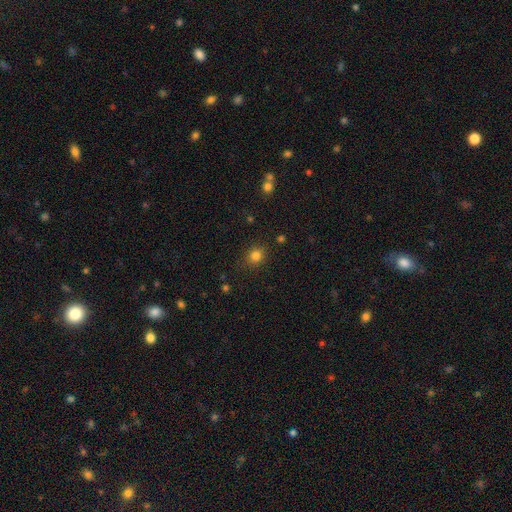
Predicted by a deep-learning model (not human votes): smooth 82%, star or artifact 13%, featured or disk 5%. Down the decision tree: how rounded — round (75%); merging — none (84%).